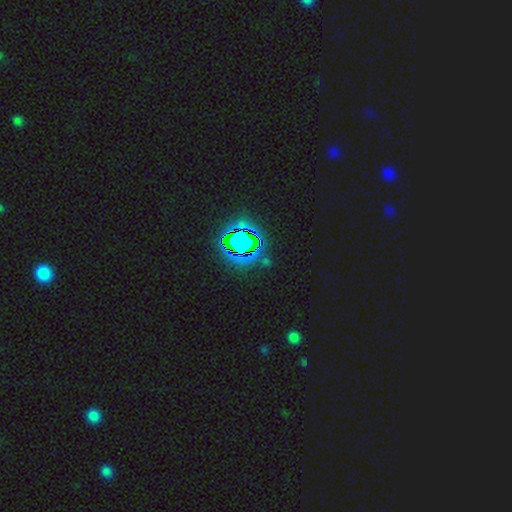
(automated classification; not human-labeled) smooth-or-featured: star or artifact: 82% | smooth: 11% | featured or disk: 7%